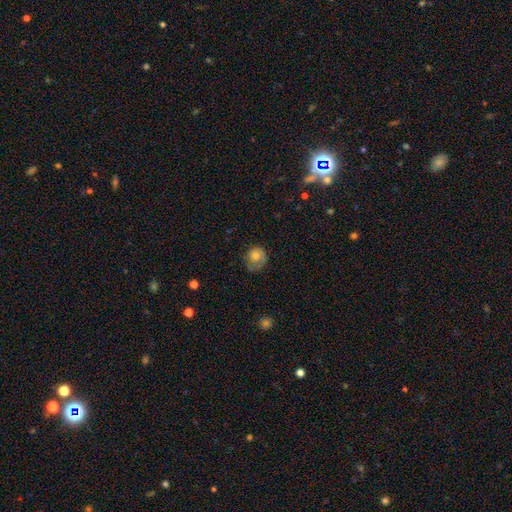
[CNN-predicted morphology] Smooth or featured? smooth (69%)
How rounded? round (75%)
Merging? none (49%)